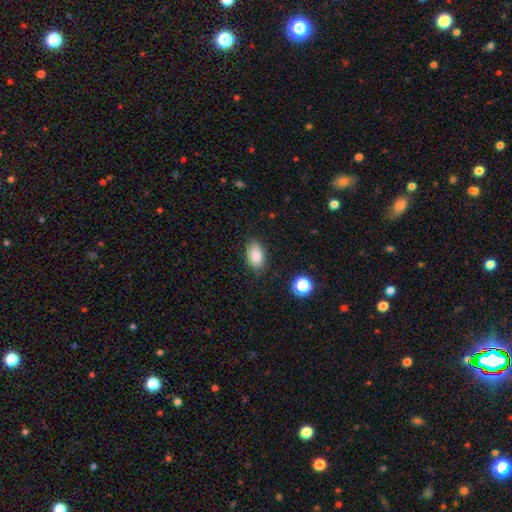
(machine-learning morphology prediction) smooth_or_featured: smooth (p=0.86) [alt: star or artifact p=0.09]
how_rounded: in between (p=0.90) [alt: round p=0.08]
merging: none (p=0.83) [alt: minor disturbance p=0.13]